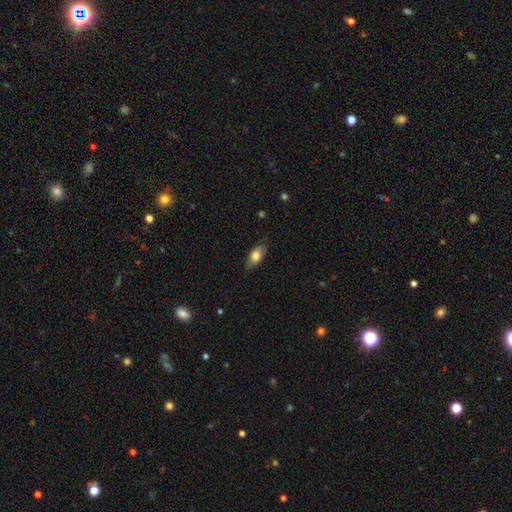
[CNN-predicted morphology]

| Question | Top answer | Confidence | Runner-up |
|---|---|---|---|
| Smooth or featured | smooth | 71% | featured or disk (22%) |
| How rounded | in between | 86% | cigar-shaped (10%) |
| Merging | none | 80% | minor disturbance (16%) |